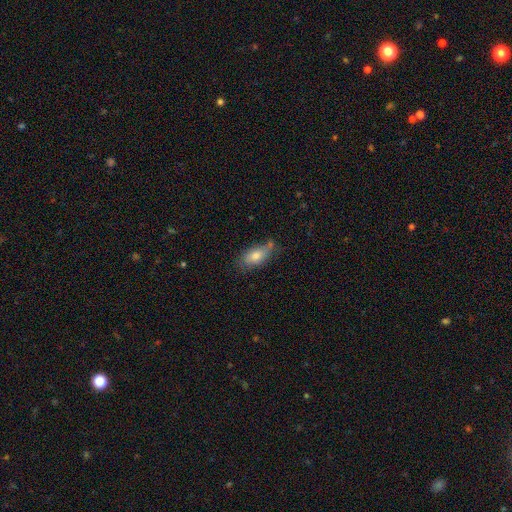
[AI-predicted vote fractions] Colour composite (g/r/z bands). It shows a smooth galaxy with no disk features (74%) that is in between round and cigar-shaped (84%). Merging: none (61%).